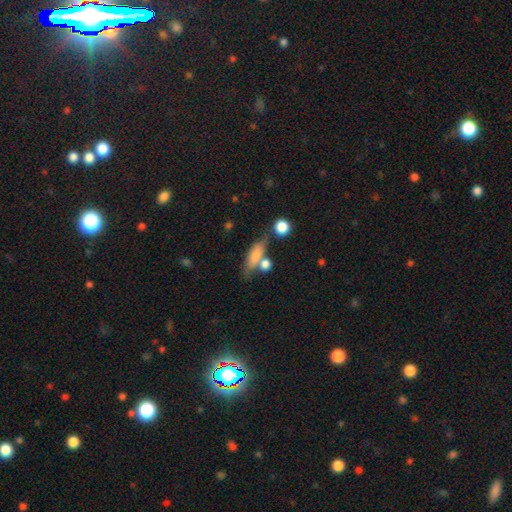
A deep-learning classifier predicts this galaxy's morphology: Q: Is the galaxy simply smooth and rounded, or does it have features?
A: smooth — 75%.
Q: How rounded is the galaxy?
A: in between — 53%.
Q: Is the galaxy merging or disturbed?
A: none — 55%.